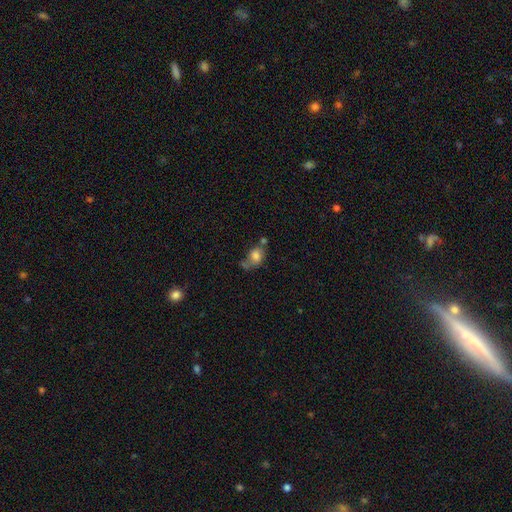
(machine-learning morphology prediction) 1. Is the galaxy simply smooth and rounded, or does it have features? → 71% smooth, 19% featured or disk, 11% star or artifact.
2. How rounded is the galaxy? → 63% in between, 35% round, 2% cigar-shaped.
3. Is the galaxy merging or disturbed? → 32% none, 28% merger, 23% minor disturbance, 17% major disturbance.